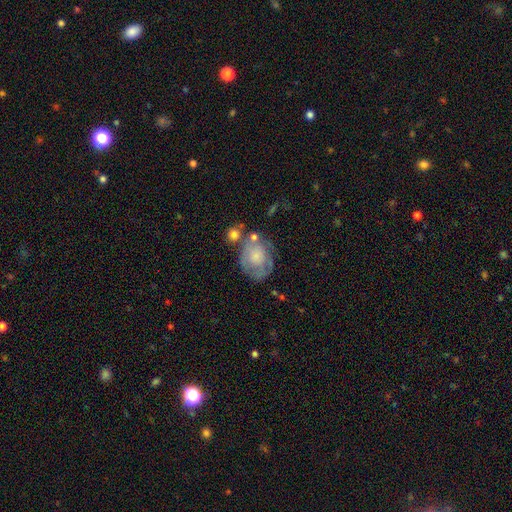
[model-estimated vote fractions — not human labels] Overall: featured or disk (47%; smooth 45%). Merging: none (47%; minor disturbance 25%).